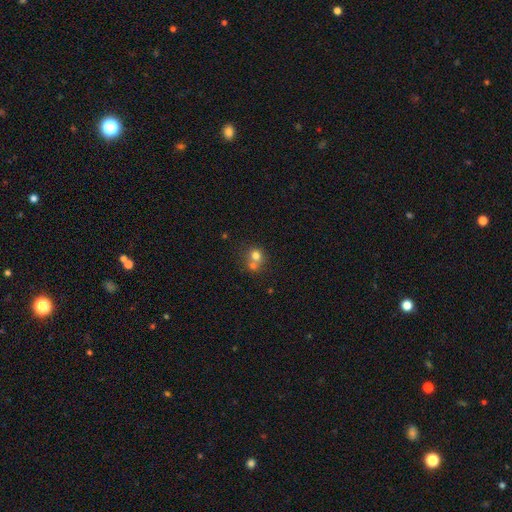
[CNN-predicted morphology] The model was most divided on "merging": merger: 53%, none: 38%, minor disturbance: 6%, major disturbance: 3%. More confident: how rounded — round (82%); smooth or featured — smooth (72%).